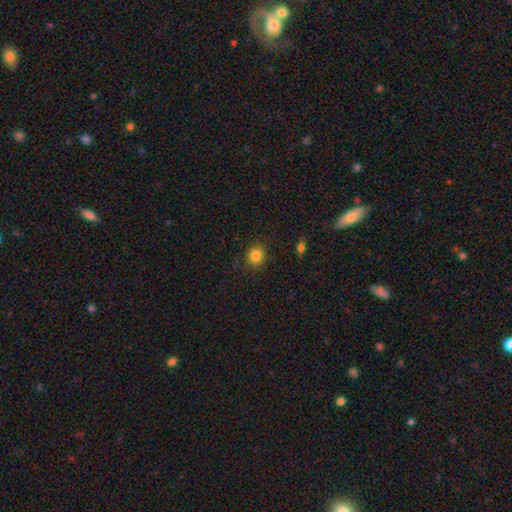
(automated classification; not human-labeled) Morphology: type=smooth (83%); roundness=round (79%); merging=none (87%).